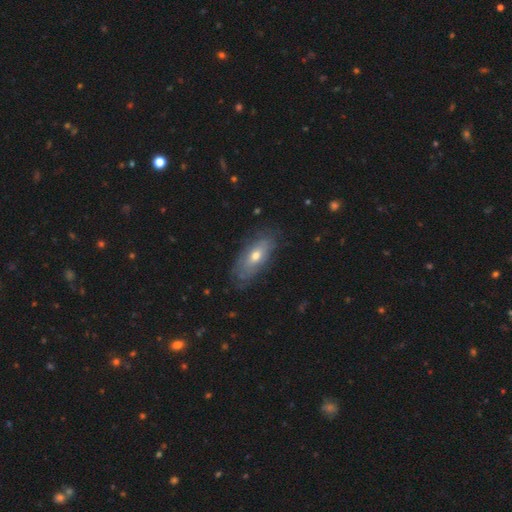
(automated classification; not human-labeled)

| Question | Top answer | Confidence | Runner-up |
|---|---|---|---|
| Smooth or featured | featured or disk | 47% | smooth (46%) |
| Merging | none | 74% | minor disturbance (19%) |